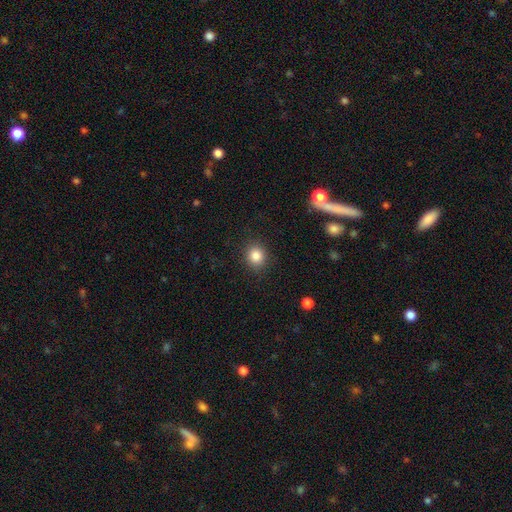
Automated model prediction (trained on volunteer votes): Smooth or featured? smooth (84%)
How rounded? round (81%)
Merging? none (88%)